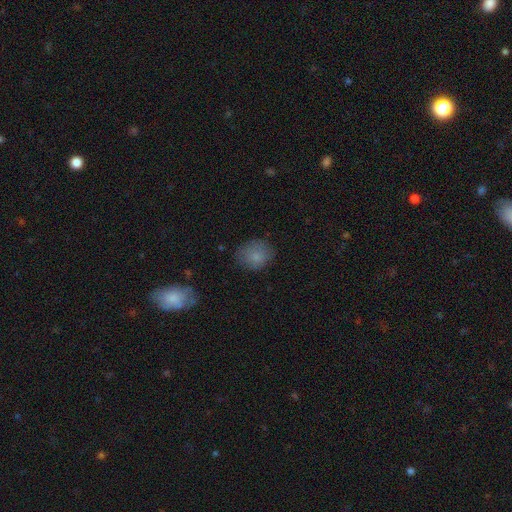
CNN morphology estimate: Smooth or featured?
  - smooth: 81% *
  - star or artifact: 10%
  - featured or disk: 9%
How rounded?
  - round: 63% *
  - in between: 36%
  - cigar-shaped: 1%
Merging?
  - none: 74% *
  - minor disturbance: 19%
  - major disturbance: 5%
  - merger: 2%